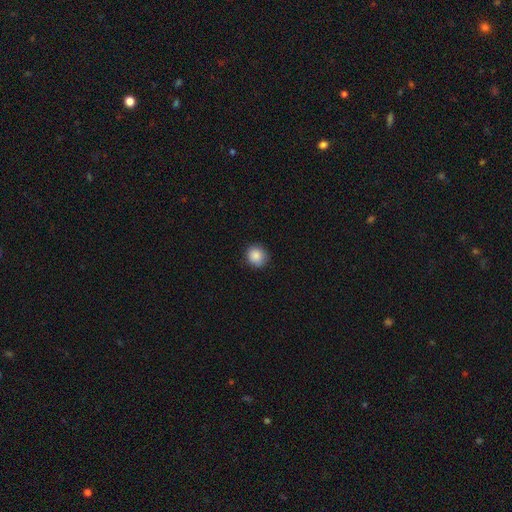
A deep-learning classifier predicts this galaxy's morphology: Smooth or featured: smooth — 88% (star or artifact — 9%)
How rounded: round — 87% (in between — 12%)
Merging: none — 87% (minor disturbance — 10%)